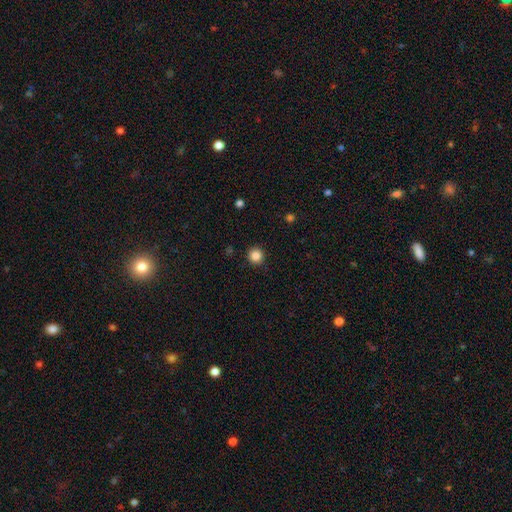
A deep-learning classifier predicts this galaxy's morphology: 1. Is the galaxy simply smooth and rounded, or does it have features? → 85% smooth, 12% star or artifact, 4% featured or disk.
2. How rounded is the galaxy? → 95% round, 4% in between, 1% cigar-shaped.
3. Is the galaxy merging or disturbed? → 92% none, 5% minor disturbance, 2% major disturbance, 1% merger.